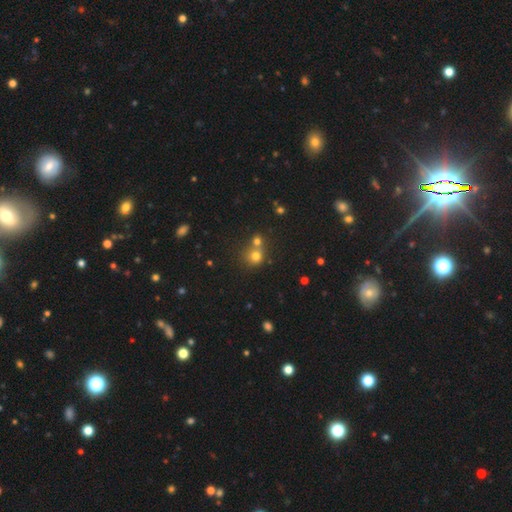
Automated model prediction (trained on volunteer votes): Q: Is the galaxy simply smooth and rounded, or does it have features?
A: smooth — 73%.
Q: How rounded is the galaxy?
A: round — 85%.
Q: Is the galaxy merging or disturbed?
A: none — 46%.